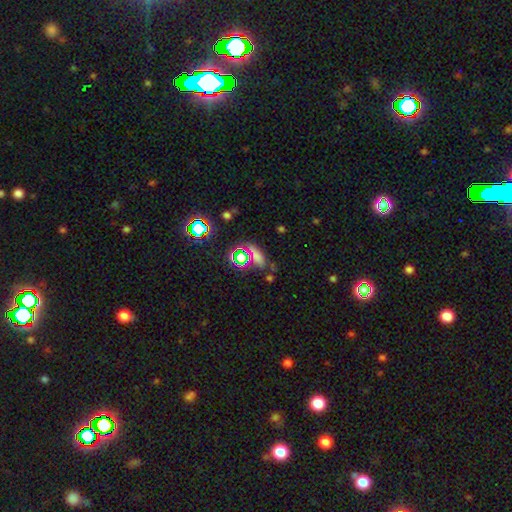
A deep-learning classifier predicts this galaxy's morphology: smooth-or-featured: smooth: 50% | star or artifact: 38% | featured or disk: 11%
  how-rounded: in between: 52% | cigar-shaped: 26% | round: 22%
  merging: none: 64% | minor disturbance: 15% | merger: 12% | major disturbance: 8%